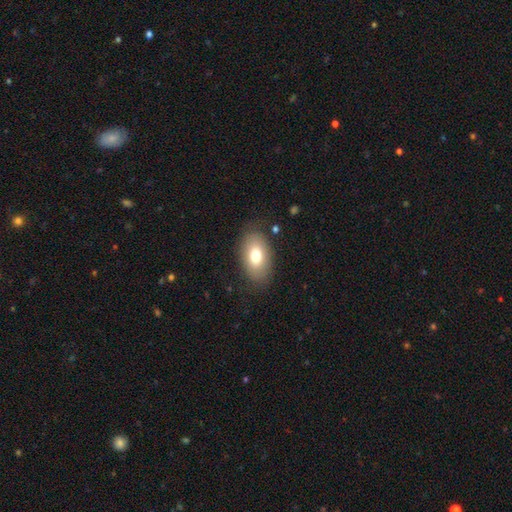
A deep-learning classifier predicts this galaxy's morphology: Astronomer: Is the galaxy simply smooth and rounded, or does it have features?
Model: smooth — 74%.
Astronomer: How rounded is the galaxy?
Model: in between — 90%.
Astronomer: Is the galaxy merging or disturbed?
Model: none — 81%.